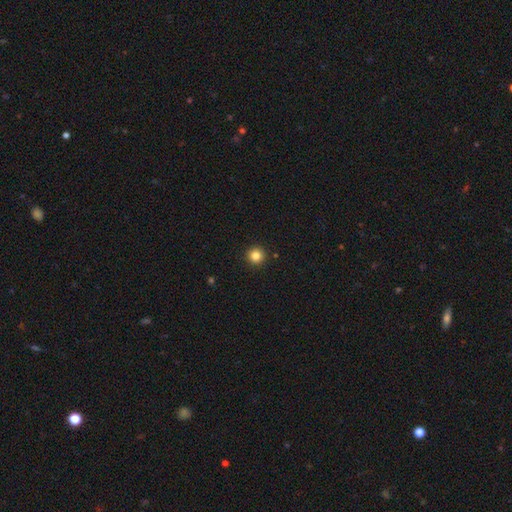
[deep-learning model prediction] Smooth or featured: smooth — 83% (star or artifact — 12%)
How rounded: round — 96% (in between — 3%)
Merging: none — 93% (minor disturbance — 4%)